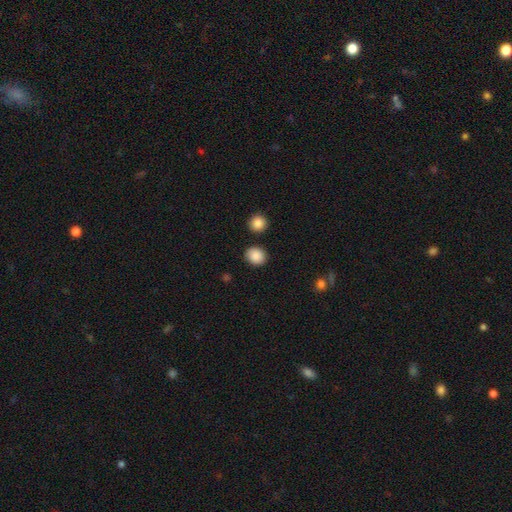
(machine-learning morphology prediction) A smooth galaxy with no disk features (88%) that is round (66%). Merging: none (85%).